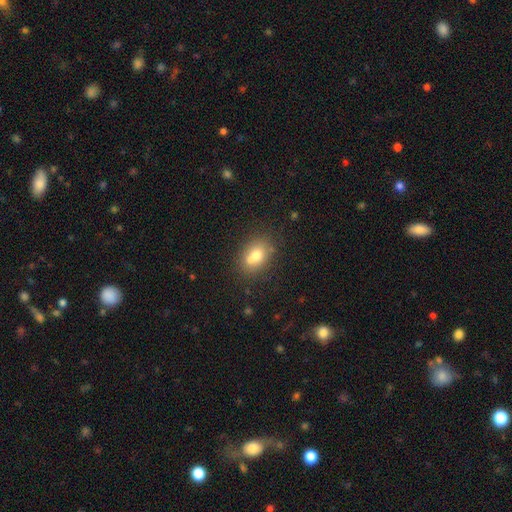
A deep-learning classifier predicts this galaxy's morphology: Smooth or featured? smooth (70%)
How rounded? in between (58%)
Merging? none (51%)